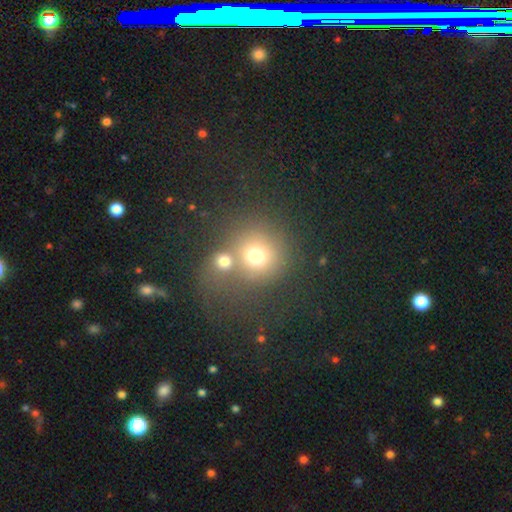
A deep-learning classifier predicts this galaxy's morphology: This appears to be a smooth galaxy with no disk features (70%) that is round (87%). Merging: none (44%).